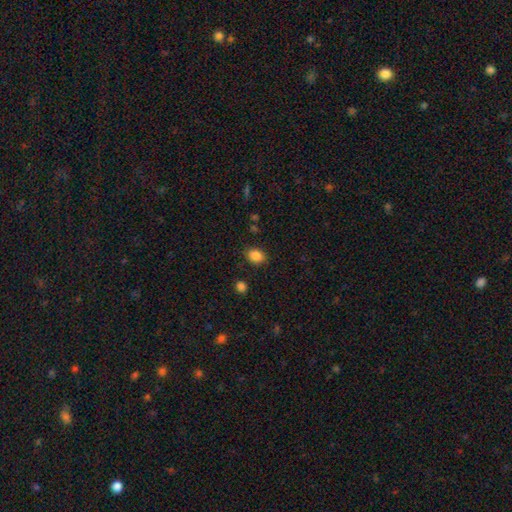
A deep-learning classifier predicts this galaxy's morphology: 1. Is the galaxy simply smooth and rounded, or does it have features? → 86% smooth, 10% star or artifact, 4% featured or disk.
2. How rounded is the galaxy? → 67% in between, 32% round, 1% cigar-shaped.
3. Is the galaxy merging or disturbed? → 84% none, 11% minor disturbance, 3% major disturbance, 2% merger.